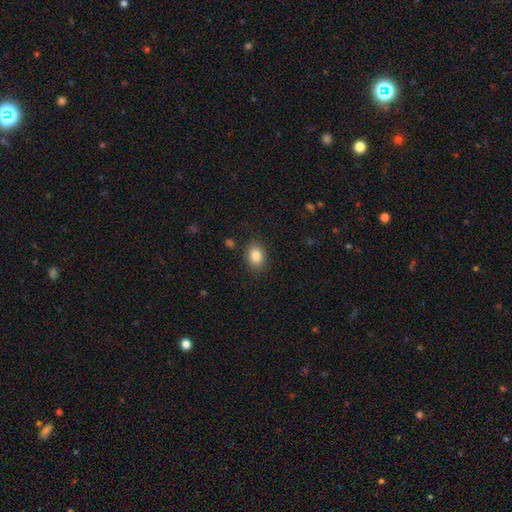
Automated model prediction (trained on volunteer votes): smooth_or_featured: smooth (p=0.85) [alt: star or artifact p=0.09]
how_rounded: in between (p=0.72) [alt: round p=0.27]
merging: none (p=0.86) [alt: minor disturbance p=0.10]